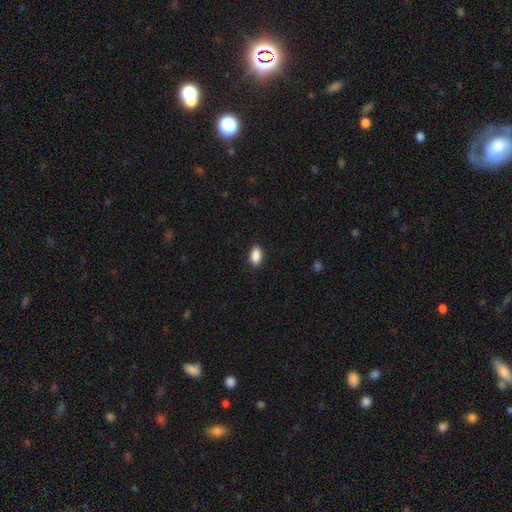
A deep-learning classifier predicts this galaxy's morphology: A smooth galaxy with no disk features (90%) that is in between round and cigar-shaped (92%). Merging: none (88%).